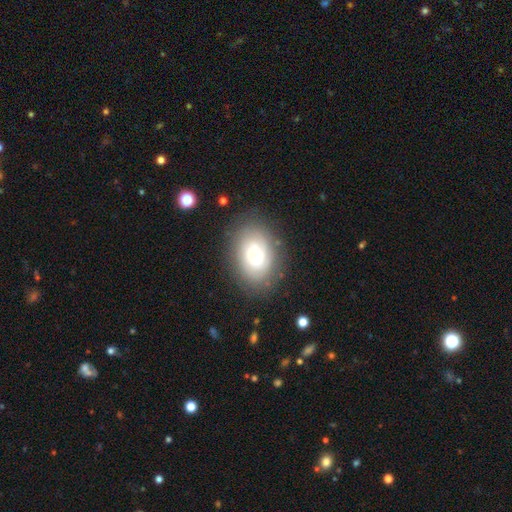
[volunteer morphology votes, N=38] A featured or disk galaxy (55%) with no bar (70%), tight (63%) spiral arms (95%) and a moderate central bulge (45%).

Vote fractions:
- Smooth or featured? featured or disk: 55% / smooth: 37% / star or artifact: 8%
- Edge-on disk? no: 95% / yes: 5%
- Bar? no: 70% / strong: 15% / weak: 15%
- Spiral arms? yes: 95% / no: 5%
- Spiral winding? tight: 63% / medium: 21% / loose: 16%
- Spiral arm count? can't tell: 68% / 2: 16% / 4: 11% / 3: 5% / 1: 0% / more than 4: 0%
- Bulge size? moderate: 45% / small: 25% / dominant: 15% / large: 15% / none: 0%
- Merging? none: 83% / minor disturbance: 11% / major disturbance: 6% / merger: 0%